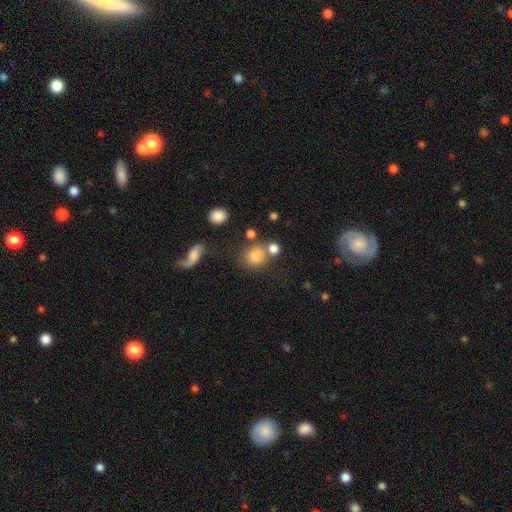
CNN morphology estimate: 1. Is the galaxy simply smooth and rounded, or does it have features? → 80% smooth, 12% star or artifact, 8% featured or disk.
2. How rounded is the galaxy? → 82% round, 16% in between, 1% cigar-shaped.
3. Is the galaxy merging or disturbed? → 61% none, 22% merger, 12% minor disturbance, 6% major disturbance.